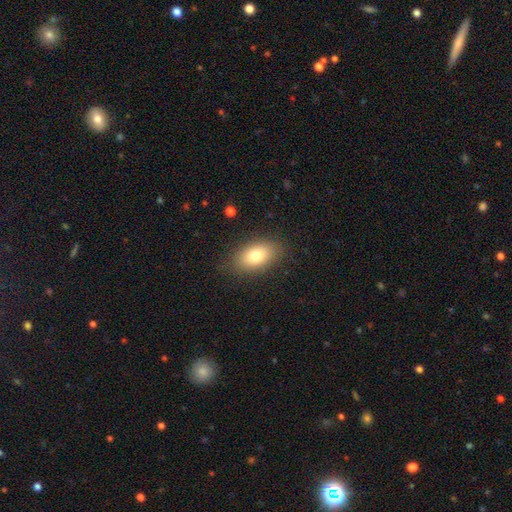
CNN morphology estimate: smooth_or_featured: smooth (p=0.78) [alt: featured or disk p=0.14]
how_rounded: in between (p=0.89) [alt: round p=0.09]
merging: none (p=0.85) [alt: minor disturbance p=0.11]